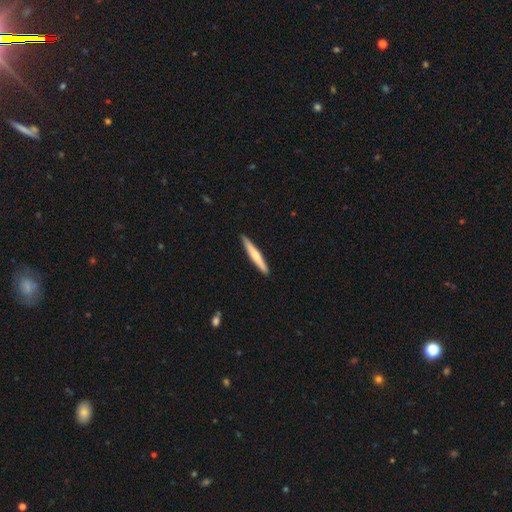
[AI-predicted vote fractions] Smooth or featured? Predicted: smooth (p=0.57). How rounded? Predicted: cigar-shaped (p=0.95). Merging? Predicted: none (p=0.91).